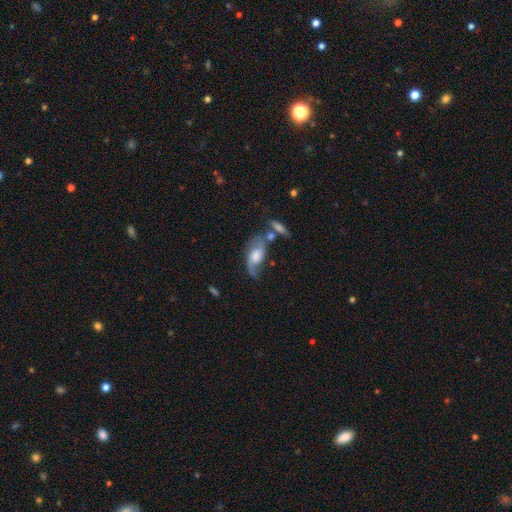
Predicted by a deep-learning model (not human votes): Smooth or featured? Predicted: featured or disk (p=0.71). Edge-on disk? Predicted: no (p=0.92). Bar? Predicted: no (p=0.63). Spiral arms? Predicted: yes (p=0.90). Spiral winding? Predicted: loose (p=0.57). Spiral arm count? Predicted: 2 (p=0.67). Bulge size? Predicted: large (p=0.40). Merging? Predicted: none (p=0.41).